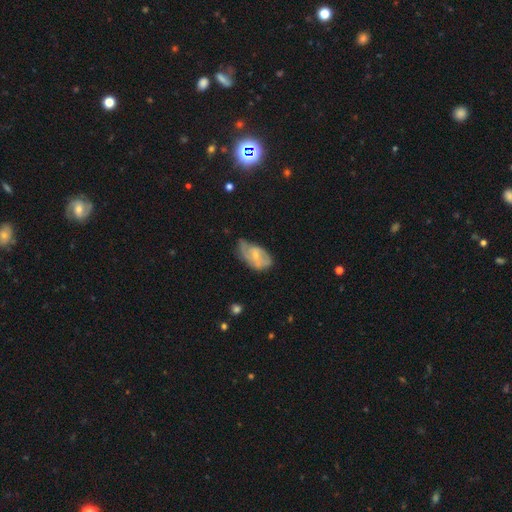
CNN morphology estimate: Smooth or featured: featured or disk — 53% (smooth — 40%)
Edge-on disk: no — 95% (yes — 5%)
Bar: no — 51% (weak — 40%)
Spiral arms: yes — 64% (no — 36%)
Bulge size: small — 59% (moderate — 31%)
Merging: minor disturbance — 41% (none — 38%)